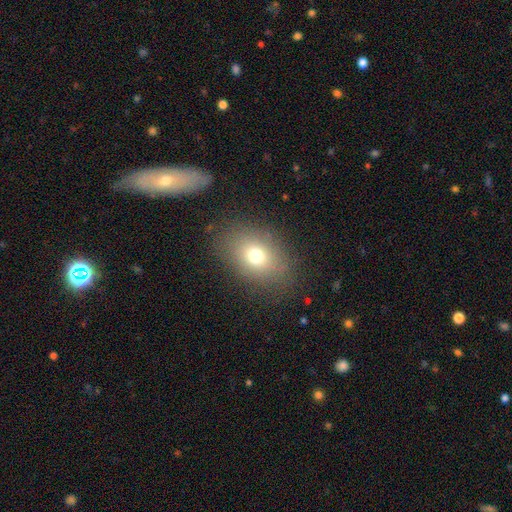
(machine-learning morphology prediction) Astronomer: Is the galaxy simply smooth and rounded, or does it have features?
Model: smooth — 72%.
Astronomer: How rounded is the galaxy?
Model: in between — 70%.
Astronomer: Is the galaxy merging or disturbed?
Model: none — 82%.